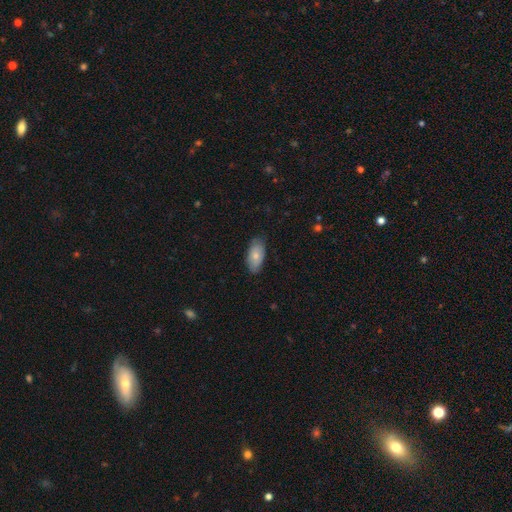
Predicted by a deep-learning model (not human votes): This appears to be a smooth galaxy with no disk features (73%) that is in between round and cigar-shaped (93%). Merging: none (74%).